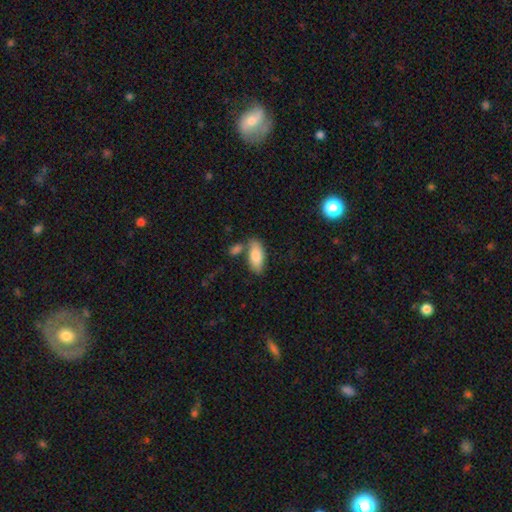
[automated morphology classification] Smooth or featured: smooth — 83% (featured or disk — 11%)
How rounded: in between — 86% (cigar-shaped — 12%)
Merging: none — 62% (merger — 18%)